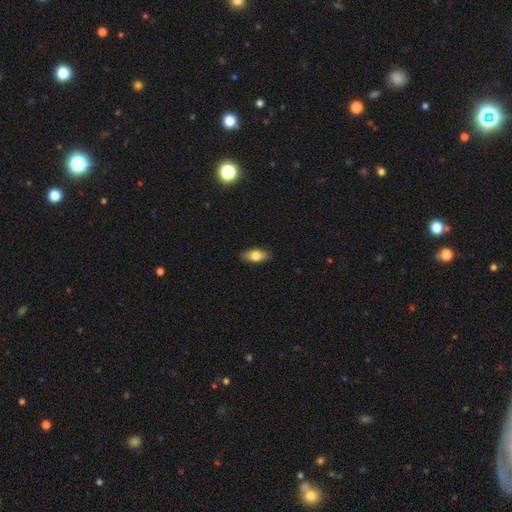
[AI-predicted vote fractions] Smooth or featured? Predicted: smooth (p=0.77). How rounded? Predicted: in between (p=0.87). Merging? Predicted: none (p=0.87).